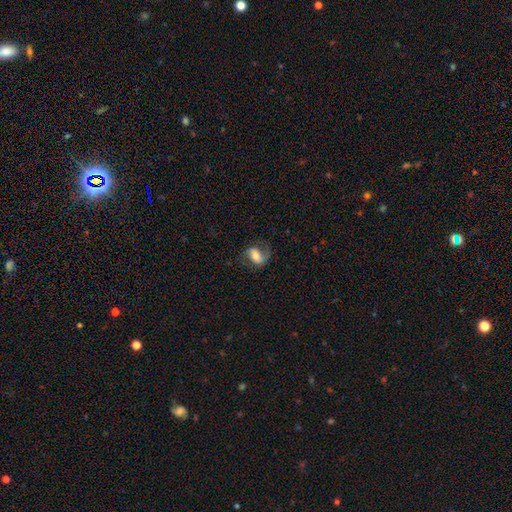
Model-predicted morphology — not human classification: Q: Smooth or featured?
A: featured or disk (54%); runner-up: smooth (38%)
Q: Edge-on disk?
A: no (95%); runner-up: yes (5%)
Q: Bar?
A: weak (36%); runner-up: no (33%)
Q: Spiral arms?
A: yes (86%); runner-up: no (14%)
Q: Bulge size?
A: moderate (59%); runner-up: small (22%)
Q: Merging?
A: none (60%); runner-up: minor disturbance (21%)